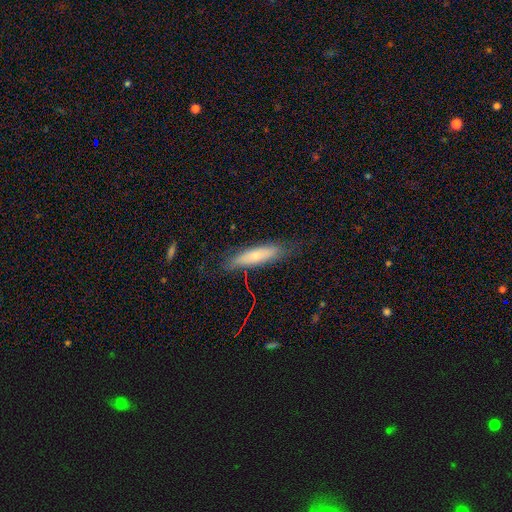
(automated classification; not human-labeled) smooth 61%, featured or disk 32%, star or artifact 7%. Down the decision tree: how rounded — cigar-shaped (75%); merging — none (74%).